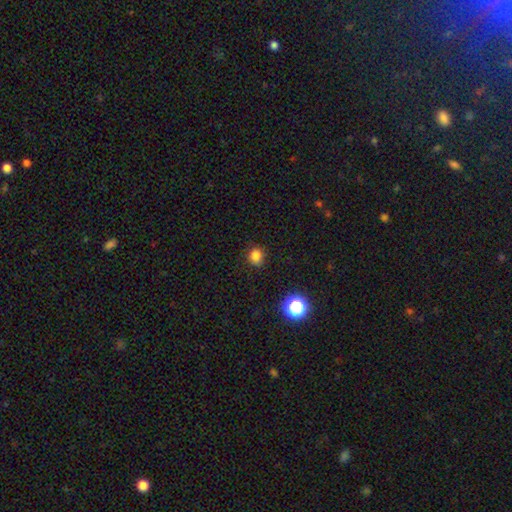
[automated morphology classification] A smooth galaxy with no disk features (82%) that is round (83%). Merging: none (86%).